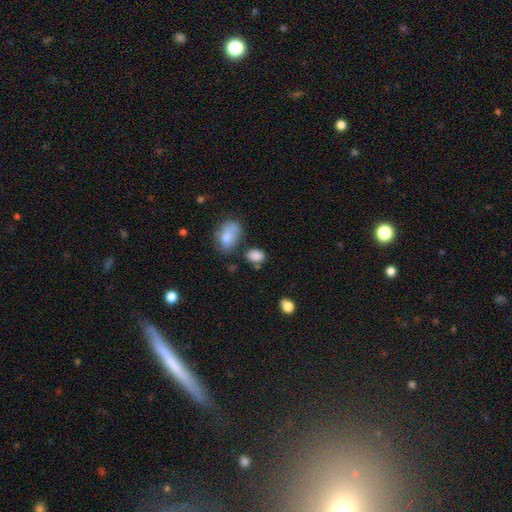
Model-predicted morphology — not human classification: Smooth or featured? smooth (84%)
How rounded? in between (80%)
Merging? none (64%)